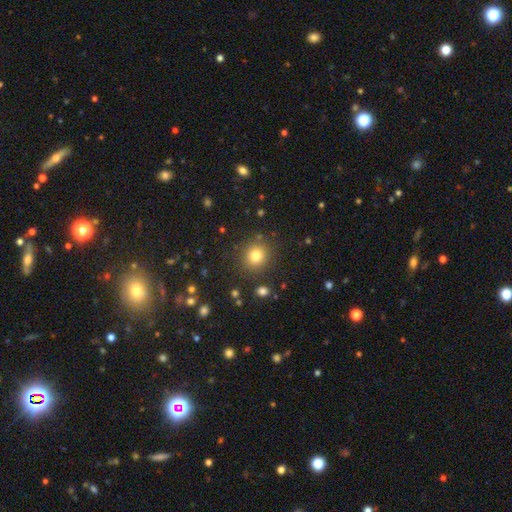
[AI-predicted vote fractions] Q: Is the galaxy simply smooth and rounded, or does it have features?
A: smooth — 79%.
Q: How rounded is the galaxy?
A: round — 89%.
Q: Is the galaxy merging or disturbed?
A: none — 86%.